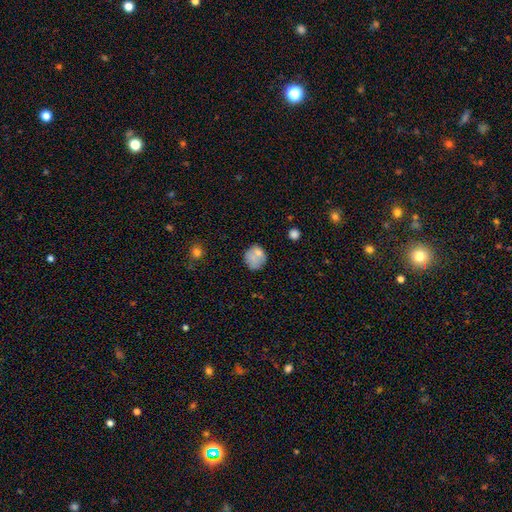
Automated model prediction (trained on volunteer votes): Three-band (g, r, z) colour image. It shows a smooth galaxy with no disk features (73%) that is round (75%). Merging: none (61%).